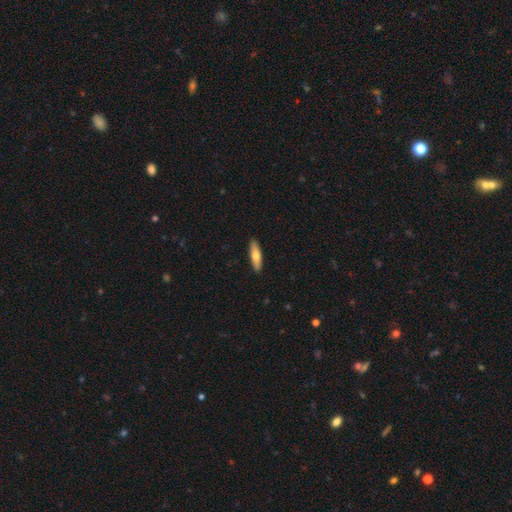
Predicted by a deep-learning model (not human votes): A smooth galaxy with no disk features (68%) that is cigar-shaped (65%). Merging: none (91%).